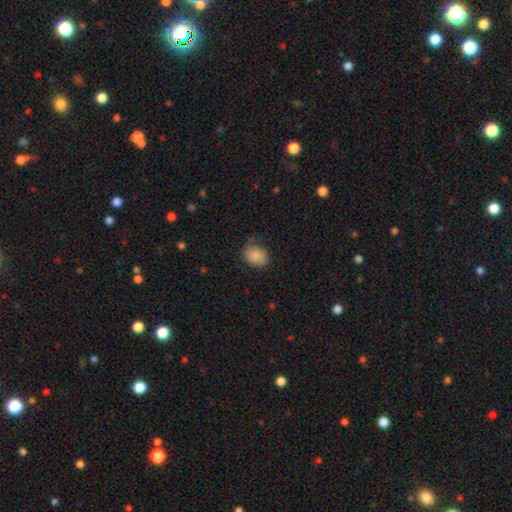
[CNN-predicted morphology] smooth-or-featured: smooth: 79% | featured or disk: 14% | star or artifact: 8%
  how-rounded: in between: 52% | round: 48% | cigar-shaped: 1%
  merging: none: 55% | minor disturbance: 31% | major disturbance: 13% | merger: 2%